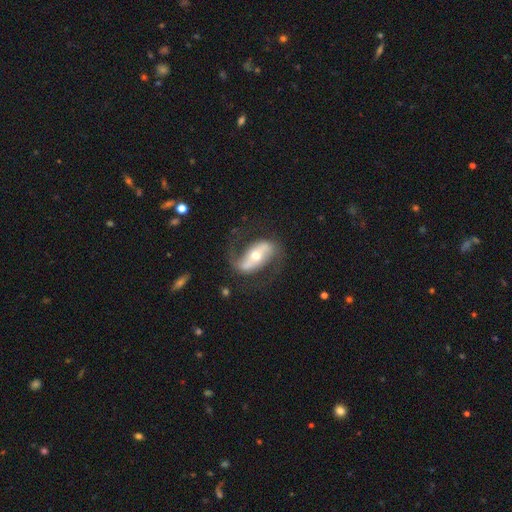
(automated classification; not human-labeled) smooth-or-featured: featured or disk: 81% | smooth: 14% | star or artifact: 6%
  disk-edge-on: no: 93% | yes: 7%
    bar: strong: 54% | weak: 25% | no: 21%
    has-spiral-arms: yes: 90% | no: 10%
      spiral-winding: loose: 50% | medium: 38% | tight: 11%
      spiral-arm-count: 2: 90% | can't tell: 4% | 1: 3% | 3: 1% | 4: 1% | more than 4: 1%
    bulge-size: moderate: 65% | small: 27% | large: 6% | dominant: 1% | none: 1%
  merging: none: 70% | minor disturbance: 15% | major disturbance: 13% | merger: 2%